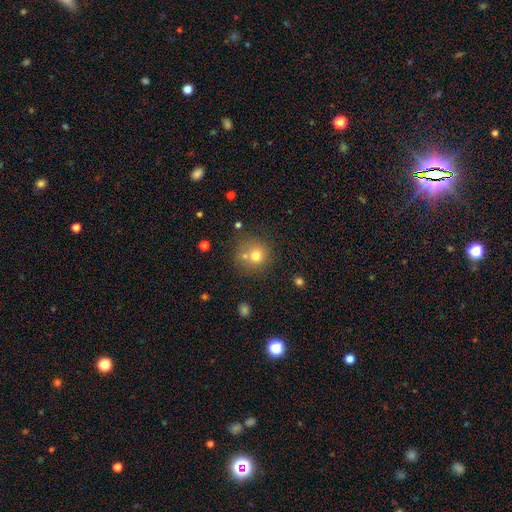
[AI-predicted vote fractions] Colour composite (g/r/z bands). It shows a smooth galaxy with no disk features (72%) that is round (89%). Merging: none (61%).